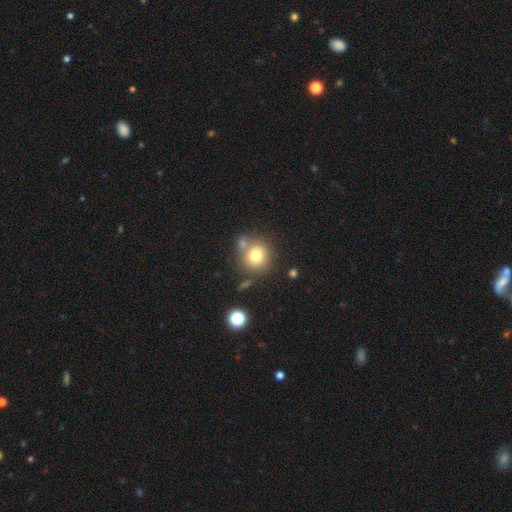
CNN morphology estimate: smooth 74%, featured or disk 14%, star or artifact 12%. Down the decision tree: how rounded — round (87%); merging — none (62%).